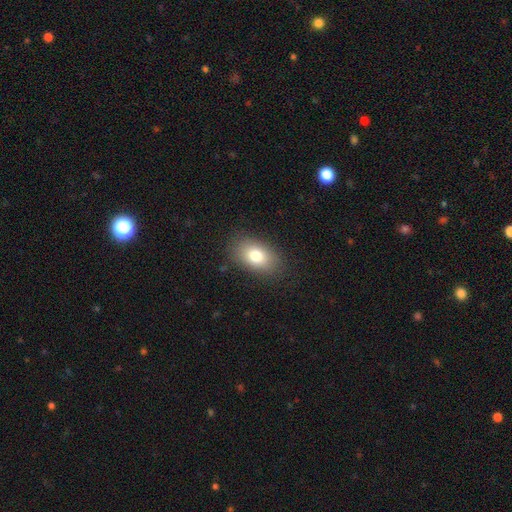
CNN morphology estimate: The model was most divided on "smooth or featured": smooth: 78%, featured or disk: 13%, star or artifact: 9%. More confident: how rounded — in between (86%); merging — none (84%).